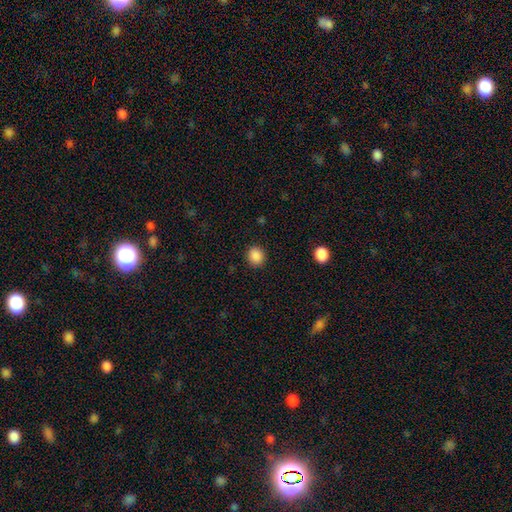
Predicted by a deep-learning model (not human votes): Smooth or featured: smooth — 88% (star or artifact — 10%)
How rounded: round — 79% (in between — 20%)
Merging: none — 90% (minor disturbance — 6%)